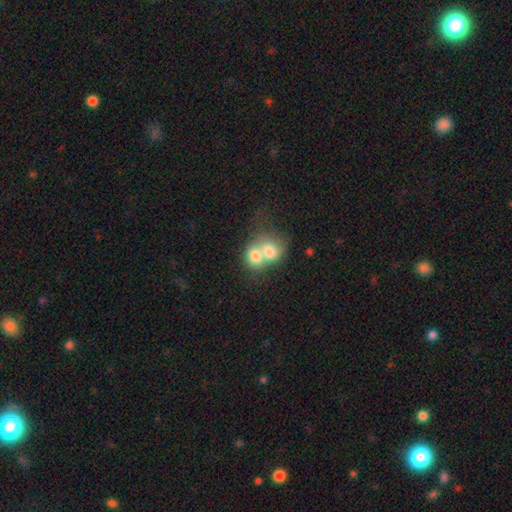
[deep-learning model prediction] Smooth or featured? smooth (71%)
How rounded? round (61%)
Merging? merger (75%)